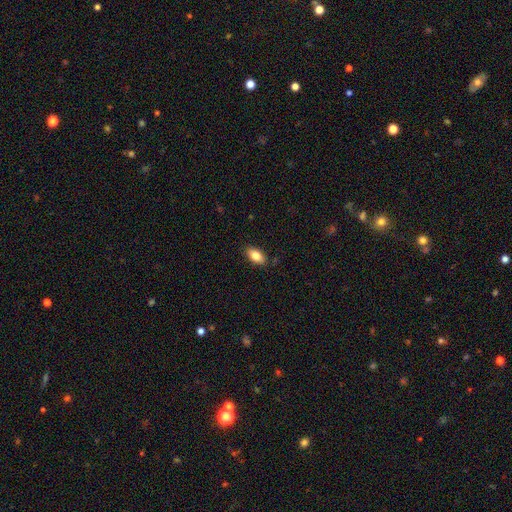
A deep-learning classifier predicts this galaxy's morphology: Smooth or featured?
  - smooth: 82% *
  - featured or disk: 10%
  - star or artifact: 7%
How rounded?
  - in between: 91% *
  - round: 5%
  - cigar-shaped: 4%
Merging?
  - none: 87% *
  - minor disturbance: 10%
  - major disturbance: 2%
  - merger: 1%